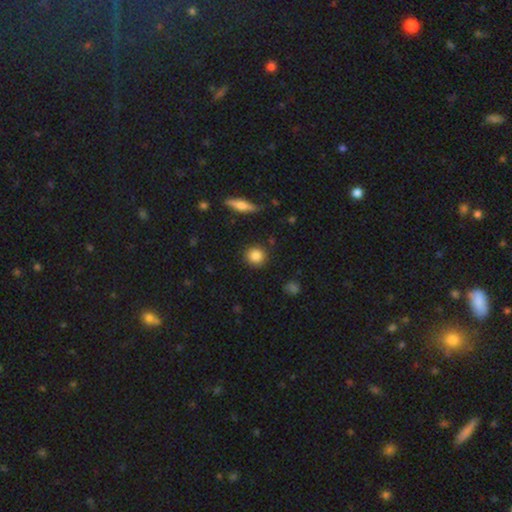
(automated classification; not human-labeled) Q: Smooth or featured?
A: smooth (85%); runner-up: star or artifact (8%)
Q: How rounded?
A: round (88%); runner-up: in between (11%)
Q: Merging?
A: none (89%); runner-up: minor disturbance (7%)